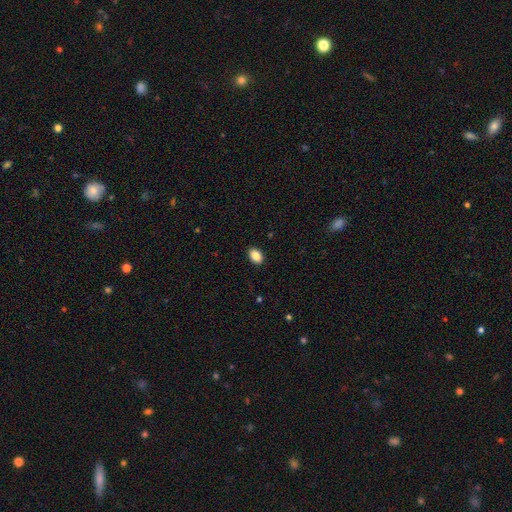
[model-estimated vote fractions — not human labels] Morphology: type=smooth (87%); roundness=in between (83%); merging=none (90%).